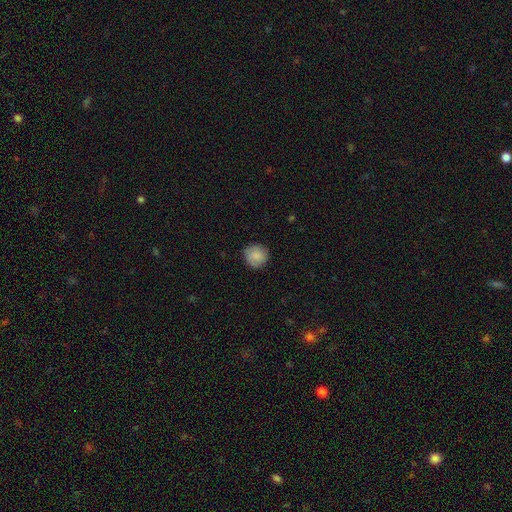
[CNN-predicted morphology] smooth-or-featured: smooth: 85% | featured or disk: 8% | star or artifact: 7%
  how-rounded: round: 94% | in between: 5% | cigar-shaped: 1%
  merging: none: 86% | minor disturbance: 11% | major disturbance: 2% | merger: 1%